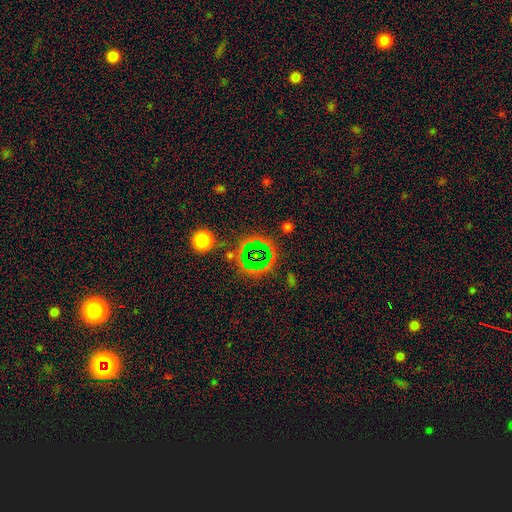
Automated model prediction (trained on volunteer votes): smooth_or_featured: star or artifact (p=0.61) [alt: smooth p=0.23]